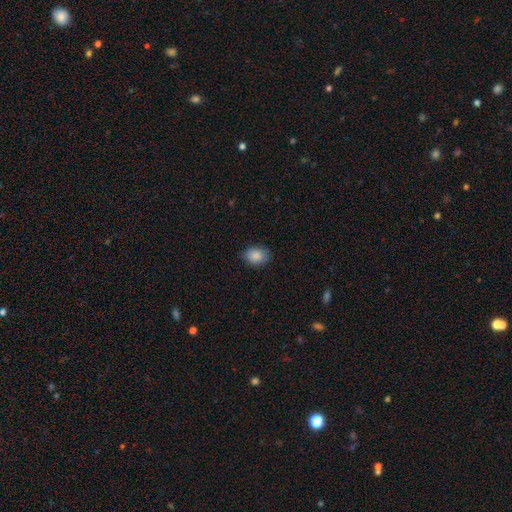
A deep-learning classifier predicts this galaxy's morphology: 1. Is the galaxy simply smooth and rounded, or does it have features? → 87% smooth, 8% star or artifact, 5% featured or disk.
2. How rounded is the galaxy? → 59% in between, 40% round, 1% cigar-shaped.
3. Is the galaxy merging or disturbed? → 83% none, 13% minor disturbance, 3% major disturbance, 1% merger.